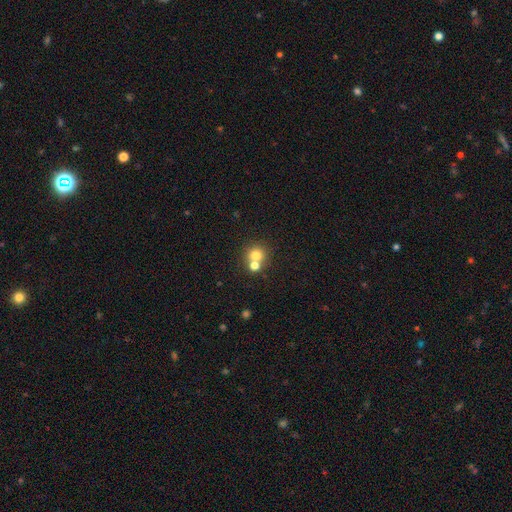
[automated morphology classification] smooth_or_featured: smooth (p=0.73) [alt: star or artifact p=0.14]
how_rounded: round (p=0.87) [alt: in between p=0.13]
merging: none (p=0.51) [alt: merger p=0.40]